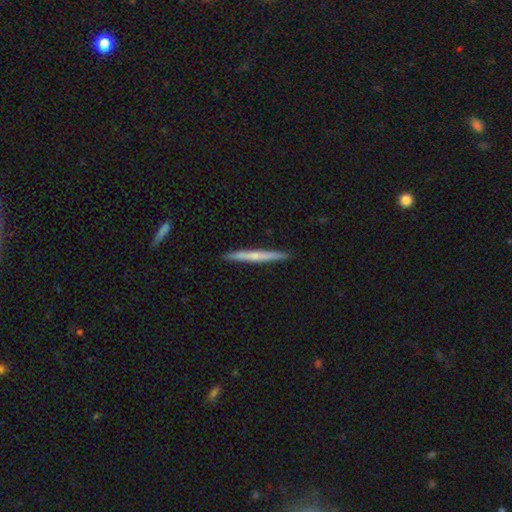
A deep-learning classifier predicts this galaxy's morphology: Smooth or featured? Predicted: smooth (p=0.52). How rounded? Predicted: cigar-shaped (p=0.97). Merging? Predicted: none (p=0.92).